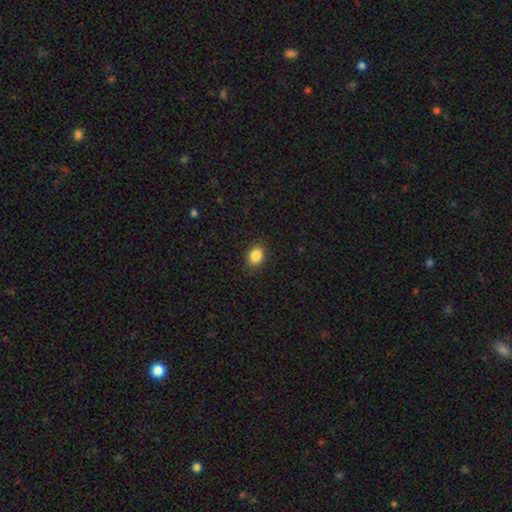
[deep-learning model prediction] A smooth galaxy with no disk features (86%) that is in between round and cigar-shaped (67%).

Vote fractions:
- Smooth or featured? smooth: 86% / star or artifact: 9% / featured or disk: 5%
- How rounded? in between: 67% / round: 32% / cigar-shaped: 1%
- Merging? none: 88% / minor disturbance: 9% / major disturbance: 2% / merger: 1%